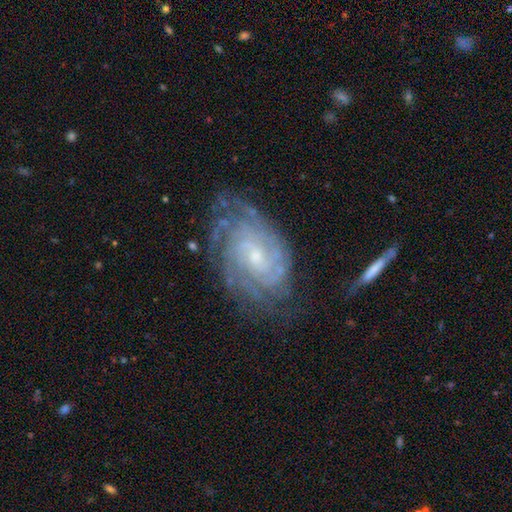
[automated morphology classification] featured or disk 87%, smooth 7%, star or artifact 6%. Down the decision tree: edge-on disk — no (96%); bar — no (53%); spiral arms — yes (96%); spiral arm count — can't tell (38%); spiral winding — tight (74%); bulge size — small (62%); merging — none (70%).